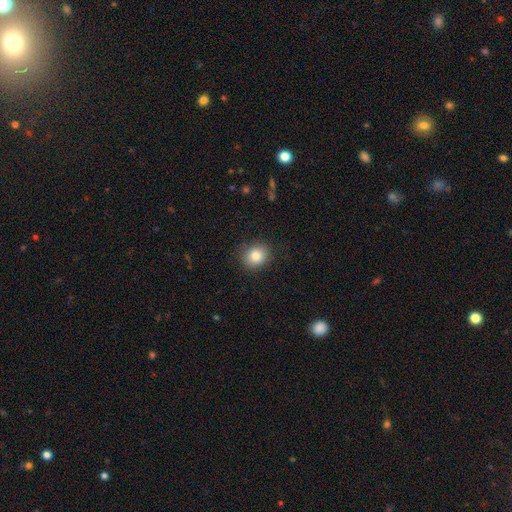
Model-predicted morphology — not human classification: smooth_or_featured: smooth (p=0.82) [alt: star or artifact p=0.10]
how_rounded: round (p=0.70) [alt: in between p=0.29]
merging: none (p=0.85) [alt: minor disturbance p=0.11]